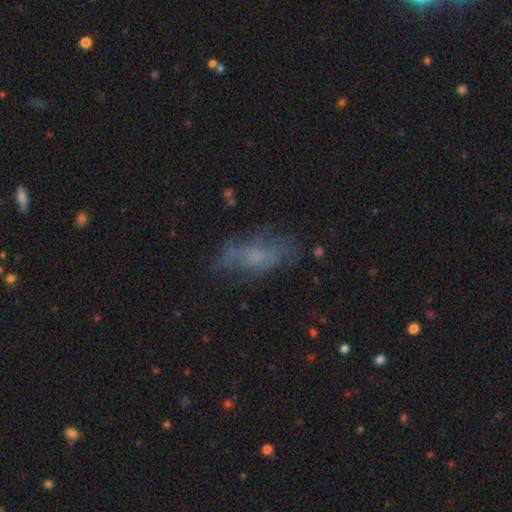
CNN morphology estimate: Smooth or featured? smooth (43%)
Merging? none (50%)